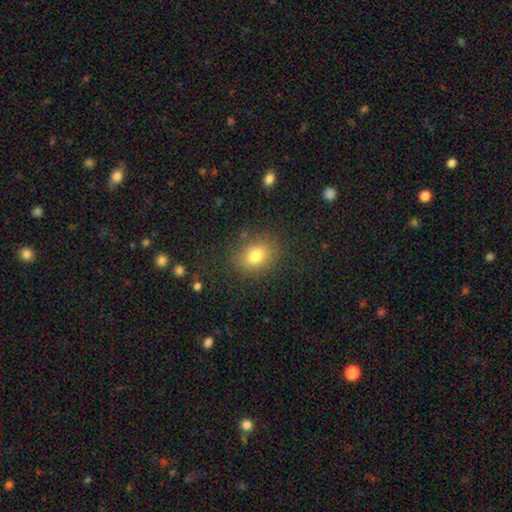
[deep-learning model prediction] Morphology: type=smooth (78%); roundness=in between (53%); merging=none (83%).